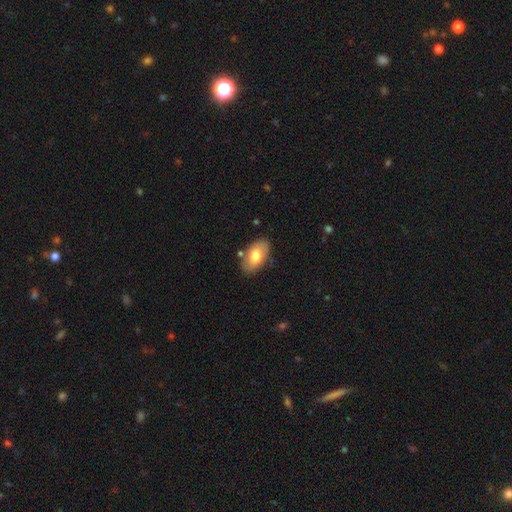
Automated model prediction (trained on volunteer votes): The model was most divided on "smooth or featured": smooth: 72%, featured or disk: 21%, star or artifact: 6%. More confident: how rounded — in between (94%); merging — none (79%).